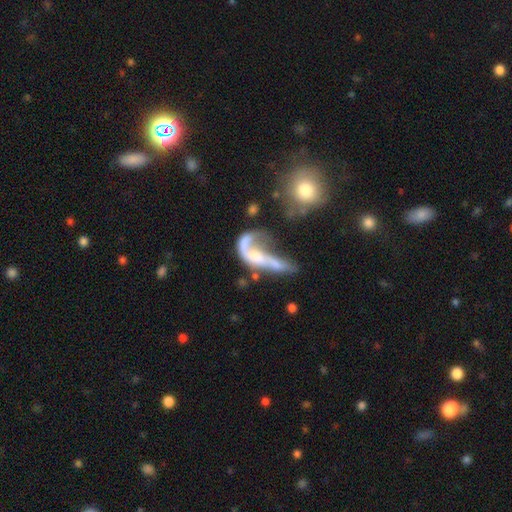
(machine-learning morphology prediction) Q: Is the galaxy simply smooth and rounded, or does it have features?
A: featured or disk — 66%.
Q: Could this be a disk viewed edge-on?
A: no — 91%.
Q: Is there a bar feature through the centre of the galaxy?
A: no — 64%.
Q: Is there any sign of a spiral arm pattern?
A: yes — 61%.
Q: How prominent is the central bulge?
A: small — 31%.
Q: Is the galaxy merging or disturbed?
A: major disturbance — 42%.